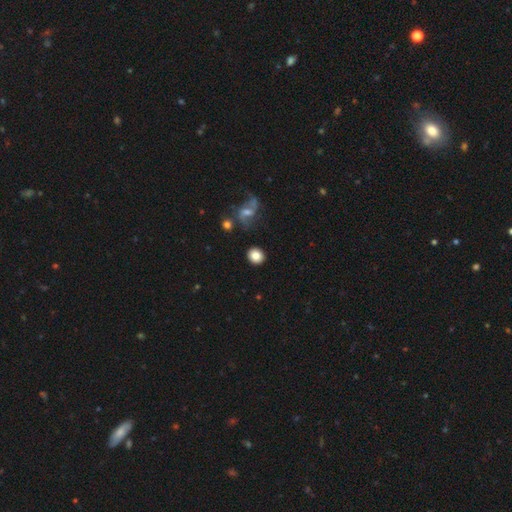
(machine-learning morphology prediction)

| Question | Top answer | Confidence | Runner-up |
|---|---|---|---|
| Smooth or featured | smooth | 82% | featured or disk (10%) |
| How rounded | round | 83% | in between (16%) |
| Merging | none | 86% | minor disturbance (8%) |